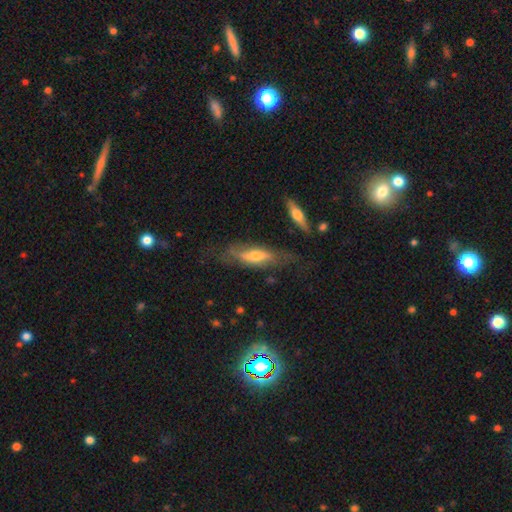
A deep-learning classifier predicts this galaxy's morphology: This appears to be a featured or disk galaxy (58%) viewed edge-on (59%). Merging: none (56%).